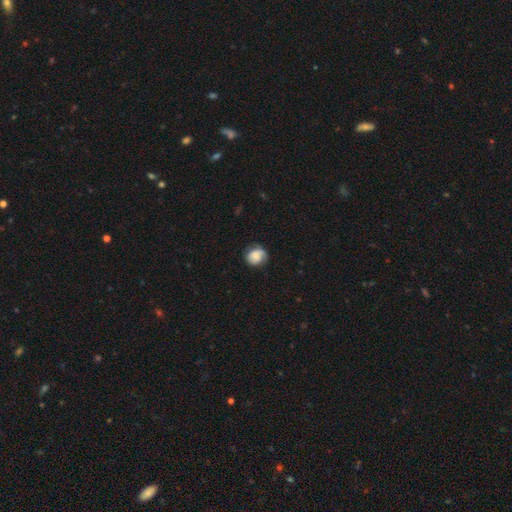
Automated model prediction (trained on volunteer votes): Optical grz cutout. It shows a smooth galaxy with no disk features (68%) that is round (75%). Merging: none (65%).